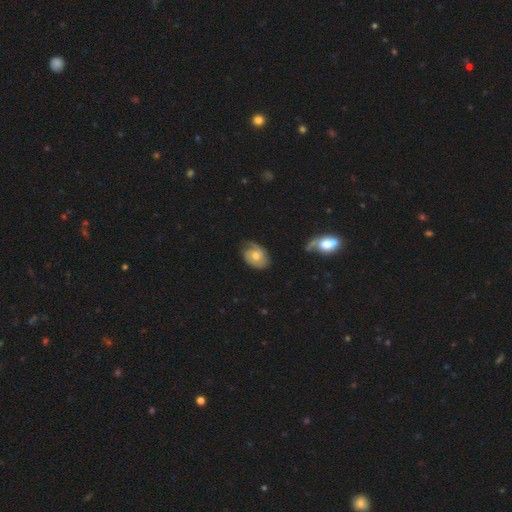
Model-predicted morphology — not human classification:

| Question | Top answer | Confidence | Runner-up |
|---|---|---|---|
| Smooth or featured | featured or disk | 60% | smooth (33%) |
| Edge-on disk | no | 95% | yes (5%) |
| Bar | no | 77% | weak (20%) |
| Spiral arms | yes | 84% | no (16%) |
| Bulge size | moderate | 65% | small (29%) |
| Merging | none | 58% | minor disturbance (29%) |